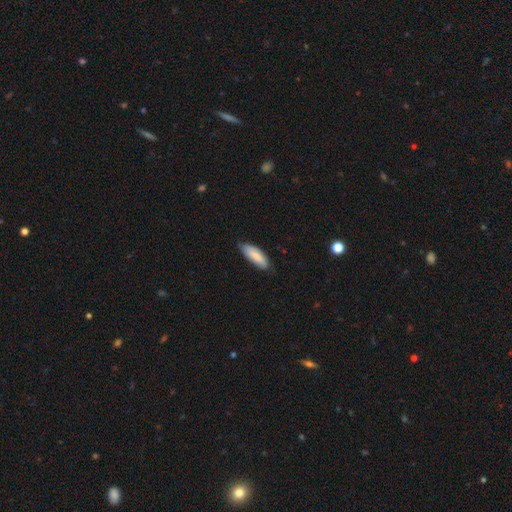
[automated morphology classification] type=smooth (82%); roundness=in between (66%); merging=none (74%).